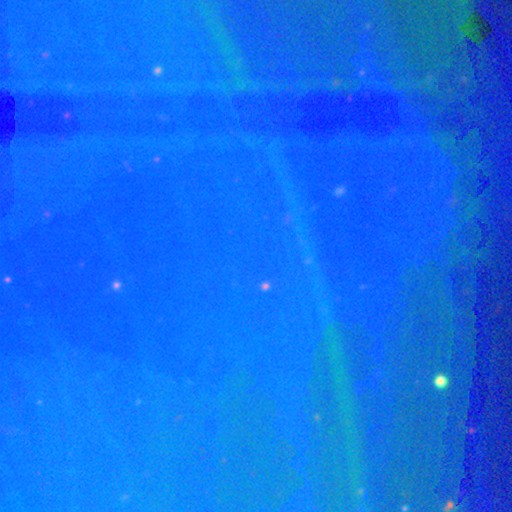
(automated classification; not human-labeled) A star or artifact, not a galaxy (82%).

Vote fractions:
- Smooth or featured? star or artifact: 82% / smooth: 10% / featured or disk: 8%